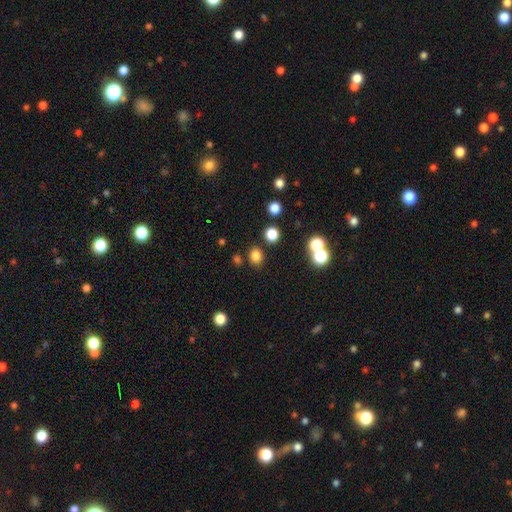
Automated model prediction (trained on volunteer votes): The model was most divided on "how rounded": round: 72%, in between: 27%, cigar-shaped: 1%. More confident: merging — none (83%); smooth or featured — smooth (80%).